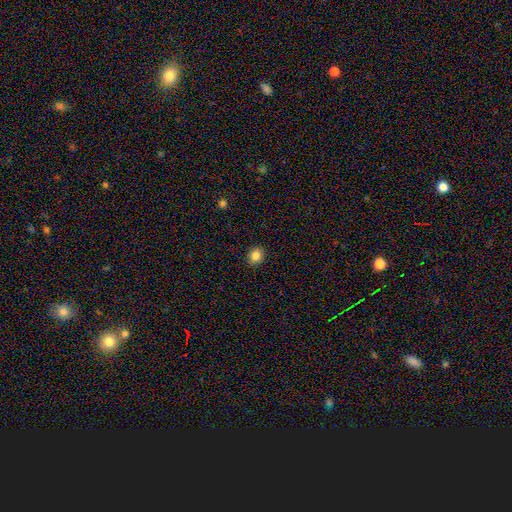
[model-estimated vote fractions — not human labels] Smooth or featured: smooth — 84% (star or artifact — 11%)
How rounded: round — 75% (in between — 24%)
Merging: none — 91% (minor disturbance — 6%)